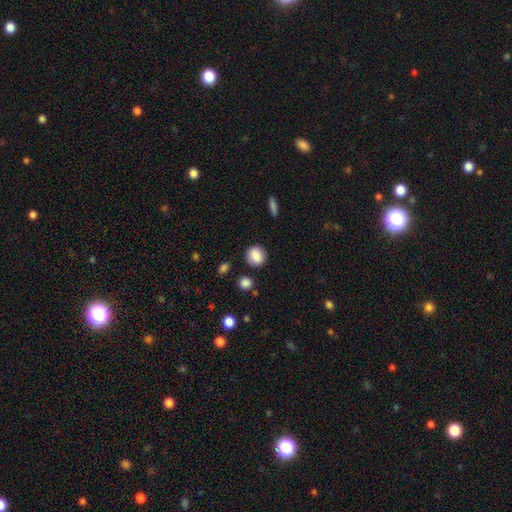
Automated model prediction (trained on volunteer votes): Overall: smooth (86%). How rounded: round (83%). Merging: none (87%).